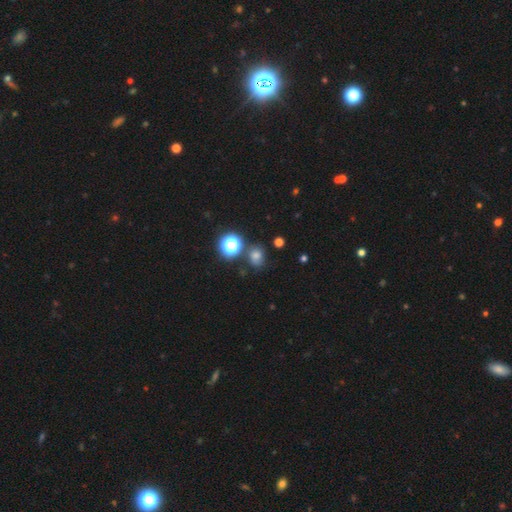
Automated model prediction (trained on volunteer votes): Smooth or featured? smooth (60%)
How rounded? round (72%)
Merging? none (75%)